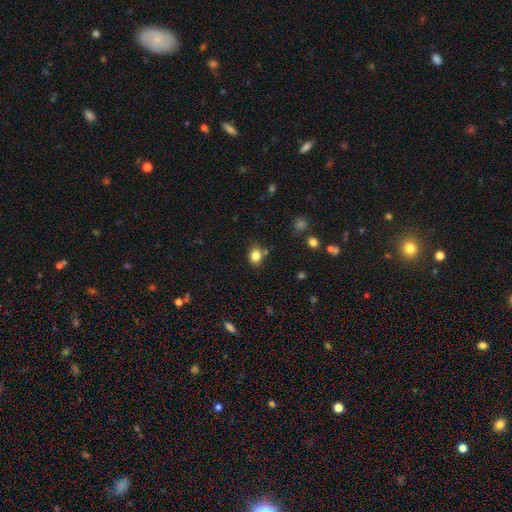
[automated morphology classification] Overall: smooth (82%). How rounded: round (55%; in between 44%). Merging: none (75%).